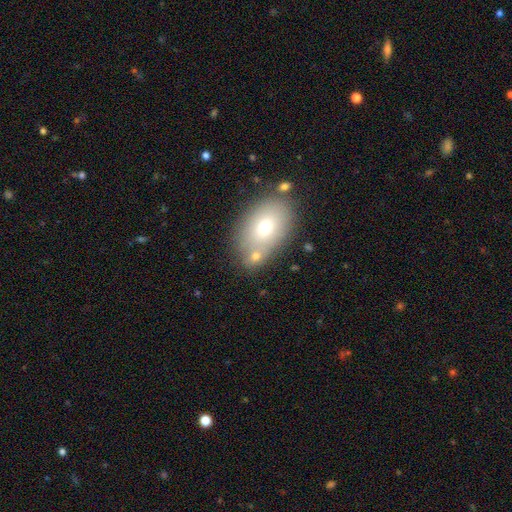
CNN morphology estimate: The model was most divided on "merging": none: 57%, merger: 25%, minor disturbance: 13%, major disturbance: 5%. More confident: how rounded — in between (71%); smooth or featured — smooth (67%).